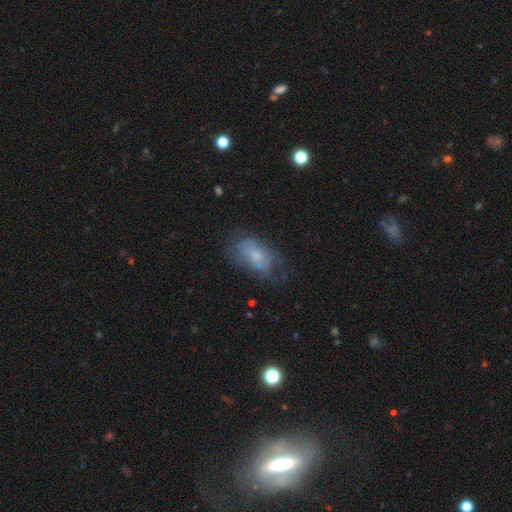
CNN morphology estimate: This is possibly a smooth galaxy (57%). How rounded: clearly in between (89%). Merging: possibly none (51%).